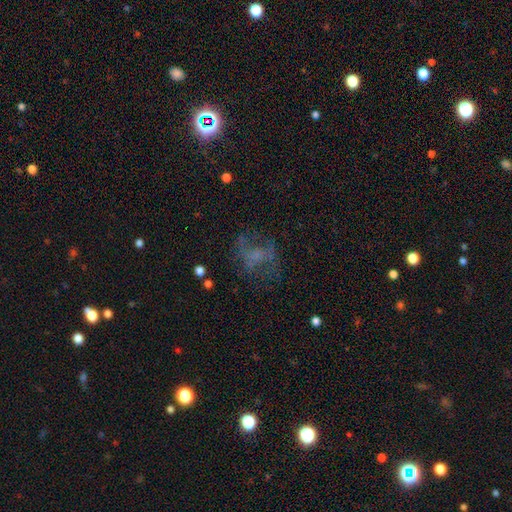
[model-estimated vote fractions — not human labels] smooth_or_featured: featured or disk (p=0.45) [alt: smooth p=0.30]
merging: none (p=0.52) [alt: major disturbance p=0.28]